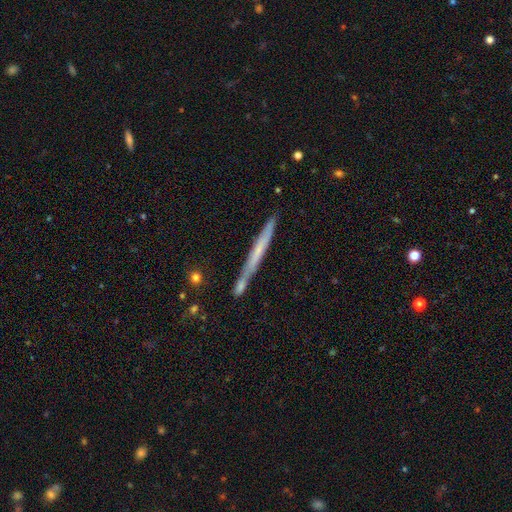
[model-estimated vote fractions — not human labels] Smooth or featured? Predicted: featured or disk (p=0.52). Edge-on disk? Predicted: yes (p=0.97). Merging? Predicted: none (p=0.86).